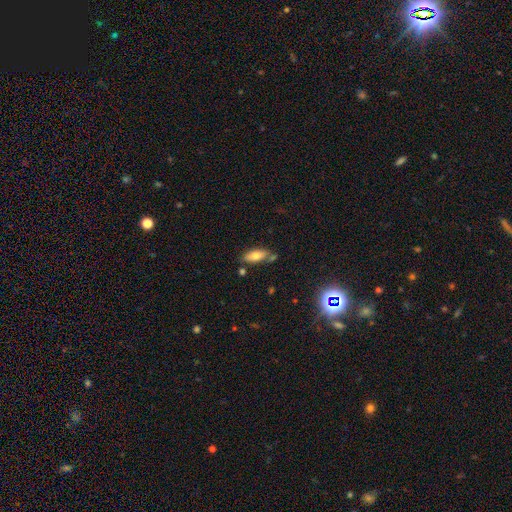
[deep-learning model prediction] Smooth or featured: smooth — 75% (featured or disk — 17%)
How rounded: in between — 79% (cigar-shaped — 19%)
Merging: none — 68% (minor disturbance — 17%)